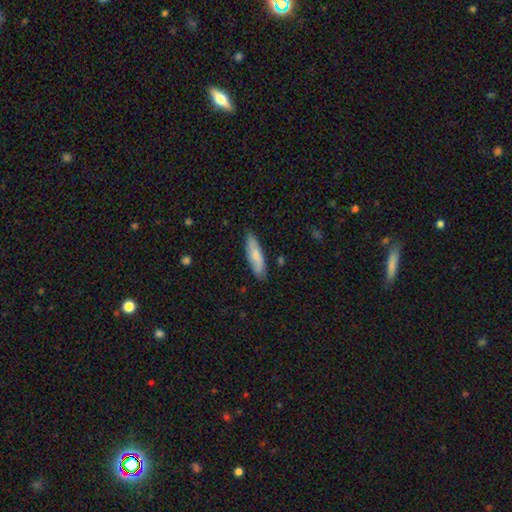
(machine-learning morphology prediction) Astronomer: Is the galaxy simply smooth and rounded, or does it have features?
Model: smooth — 74%.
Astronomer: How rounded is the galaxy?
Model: cigar-shaped — 58% (runner-up: in between, 40%).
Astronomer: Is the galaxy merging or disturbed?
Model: none — 83%.